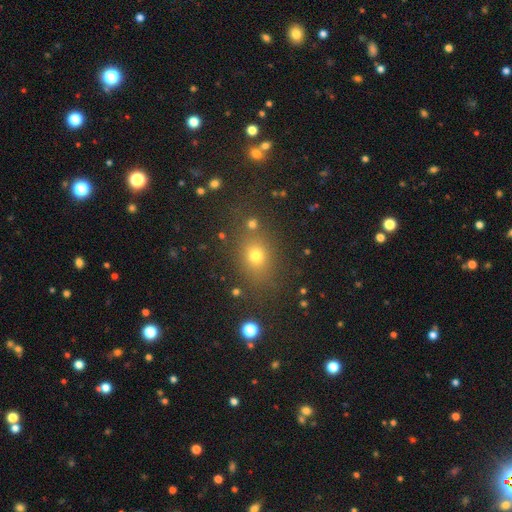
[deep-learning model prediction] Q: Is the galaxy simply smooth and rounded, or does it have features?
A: smooth — 68%.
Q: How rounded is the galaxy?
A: round — 53%.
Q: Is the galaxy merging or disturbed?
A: none — 76%.